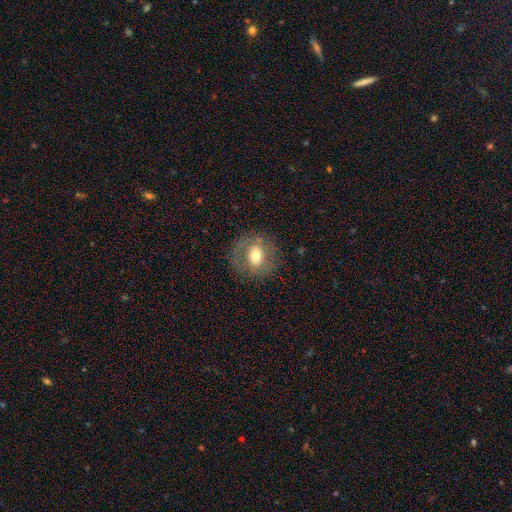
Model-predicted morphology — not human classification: Overall: smooth (49%; featured or disk 41%). Merging: none (77%).